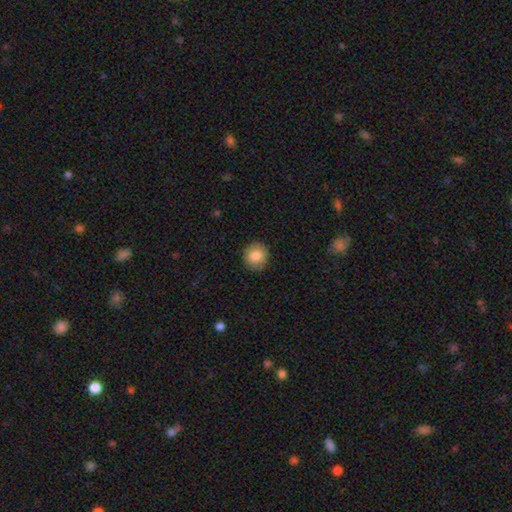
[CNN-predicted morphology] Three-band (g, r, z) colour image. It shows a smooth galaxy with no disk features (84%) that is round (86%). Merging: none (90%).